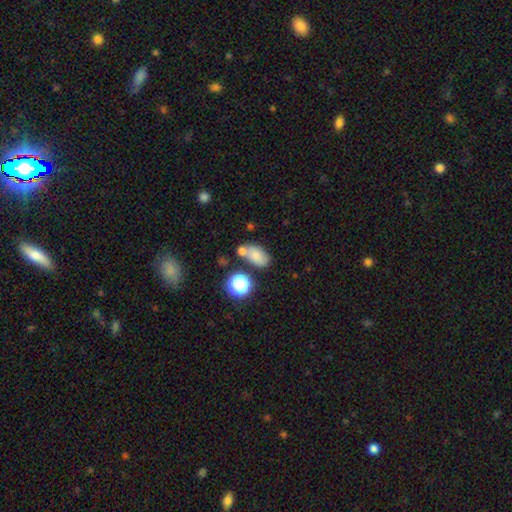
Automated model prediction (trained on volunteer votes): smooth_or_featured: smooth (p=0.74) [alt: star or artifact p=0.15]
how_rounded: in between (p=0.82) [alt: round p=0.16]
merging: none (p=0.54) [alt: merger p=0.23]